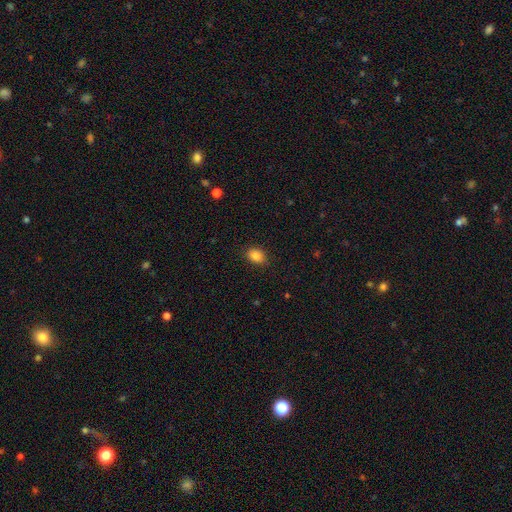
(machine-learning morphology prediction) Smooth or featured? smooth (87%)
How rounded? in between (73%)
Merging? none (87%)